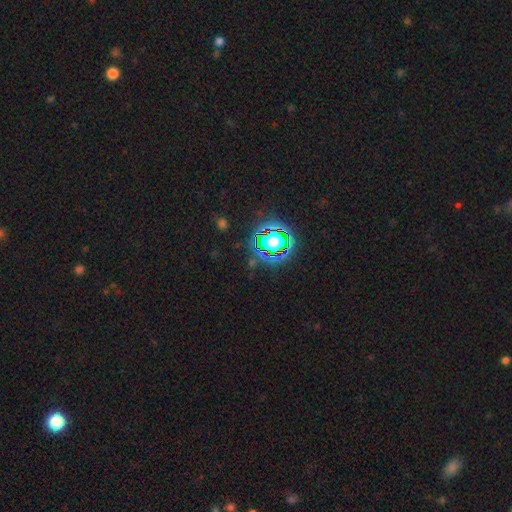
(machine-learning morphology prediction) smooth-or-featured: star or artifact: 81% | smooth: 12% | featured or disk: 7%